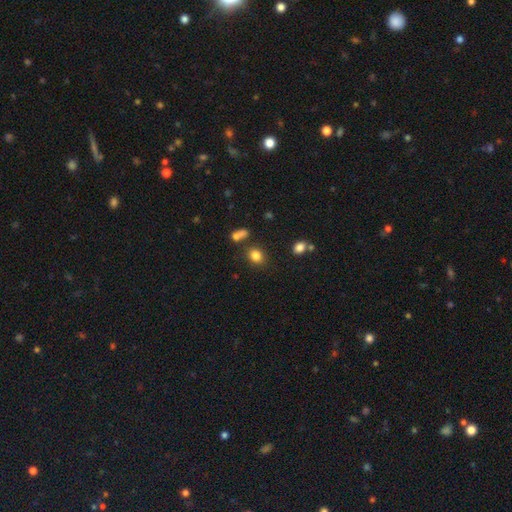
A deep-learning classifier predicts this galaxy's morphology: smooth_or_featured: smooth (p=0.83) [alt: star or artifact p=0.12]
how_rounded: round (p=0.57) [alt: in between p=0.41]
merging: none (p=0.77) [alt: minor disturbance p=0.11]